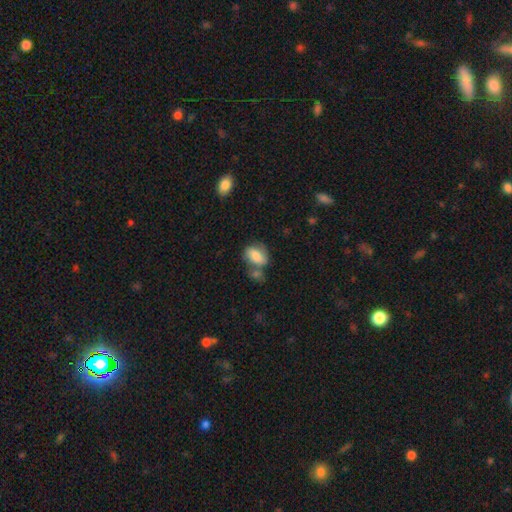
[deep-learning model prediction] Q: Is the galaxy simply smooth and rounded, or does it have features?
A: smooth — 75%.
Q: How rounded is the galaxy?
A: in between — 83%.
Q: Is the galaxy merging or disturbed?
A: none — 45%.